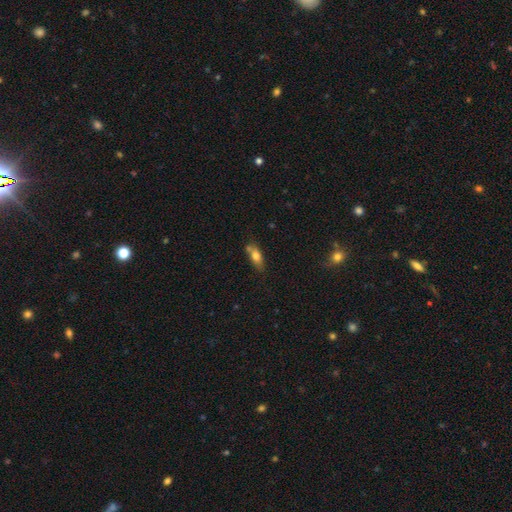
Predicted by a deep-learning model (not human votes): This appears to be a smooth galaxy with no disk features (70%) that is in between round and cigar-shaped (72%). Merging: none (58%).